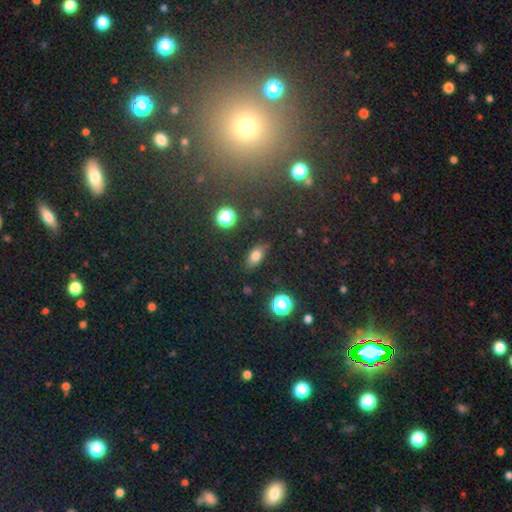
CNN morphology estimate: type=smooth (76%); roundness=in between (82%); merging=none (81%).